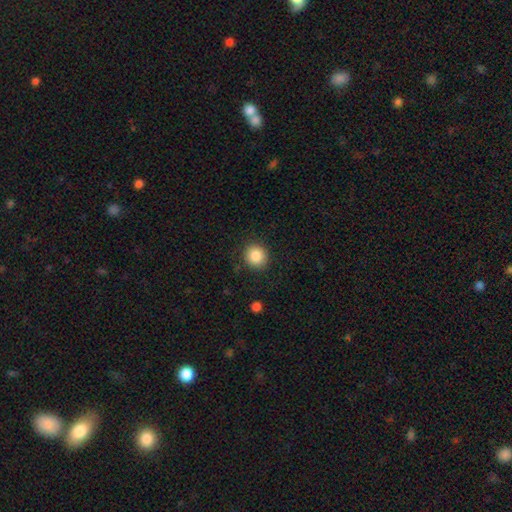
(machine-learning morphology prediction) type=smooth (86%); roundness=round (87%); merging=none (88%).